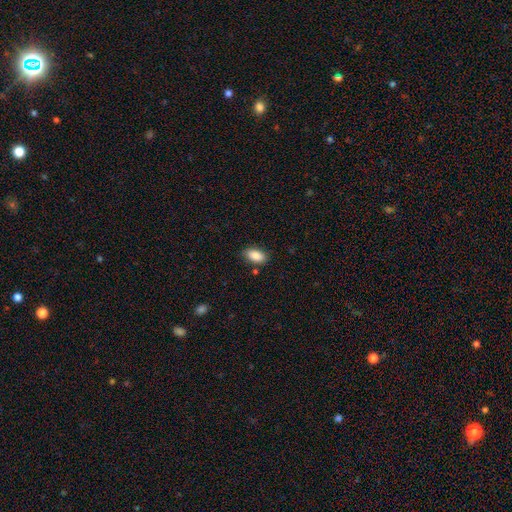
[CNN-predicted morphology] Smooth or featured? Predicted: smooth (p=0.88). How rounded? Predicted: in between (p=0.93). Merging? Predicted: none (p=0.80).